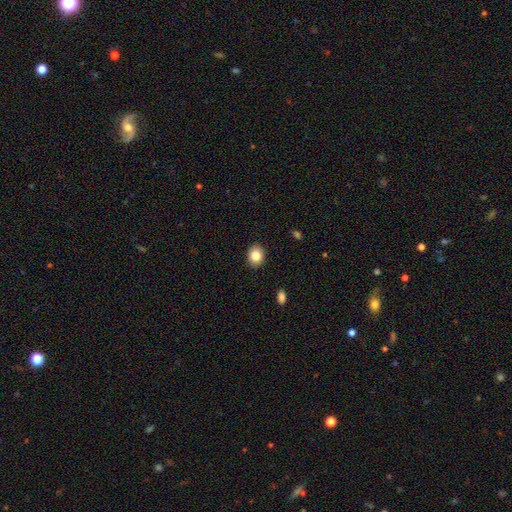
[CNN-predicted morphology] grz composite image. It shows a smooth galaxy with no disk features (83%) that is in between round and cigar-shaped (52%). Merging: none (90%).